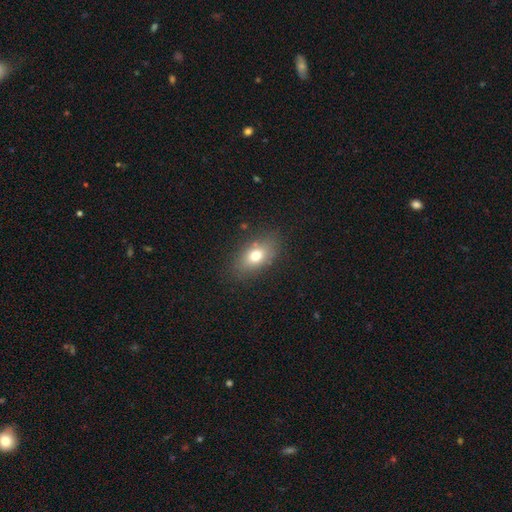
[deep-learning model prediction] smooth-or-featured: smooth: 73% | featured or disk: 16% | star or artifact: 11%
  how-rounded: in between: 82% | round: 14% | cigar-shaped: 4%
  merging: none: 81% | minor disturbance: 13% | major disturbance: 4% | merger: 2%